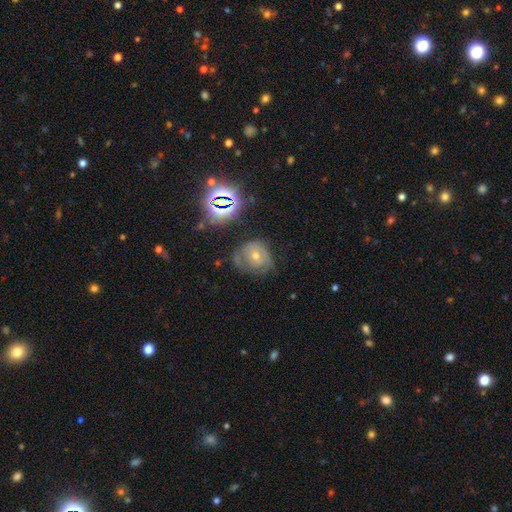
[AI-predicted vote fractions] This appears to be a featured or disk galaxy (51%). Merging: none (59%).